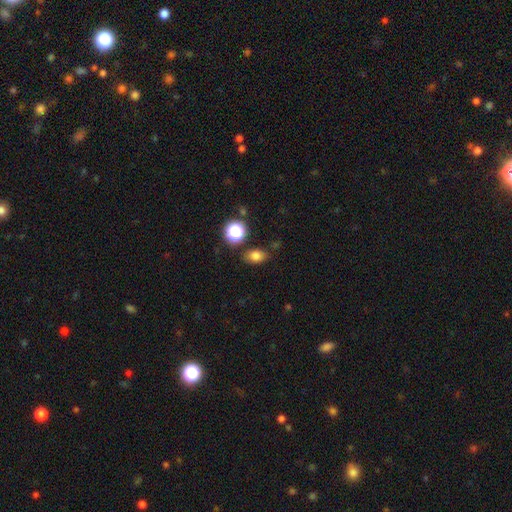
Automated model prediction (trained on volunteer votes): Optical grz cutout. It shows a smooth galaxy with no disk features (78%) that is in between round and cigar-shaped (73%). Merging: none (79%).